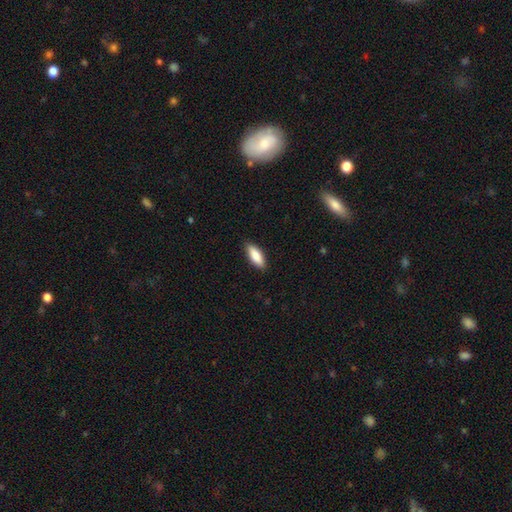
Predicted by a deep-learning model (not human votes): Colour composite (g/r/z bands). It shows a smooth galaxy with no disk features (86%) that is in between round and cigar-shaped (71%). Merging: none (88%).